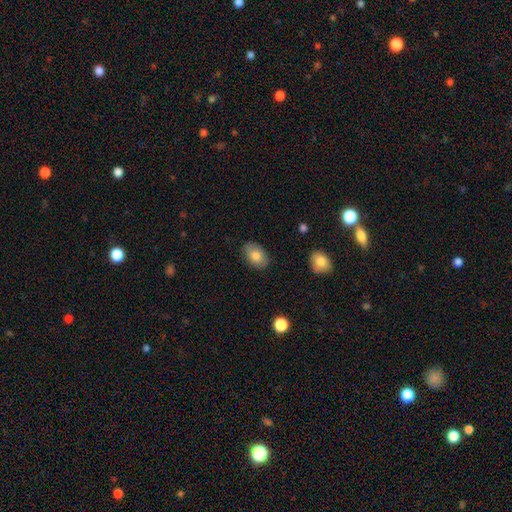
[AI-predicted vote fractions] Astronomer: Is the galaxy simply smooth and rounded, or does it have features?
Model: smooth — 81%.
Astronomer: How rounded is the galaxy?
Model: in between — 86%.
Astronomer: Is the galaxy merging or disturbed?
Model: none — 83%.